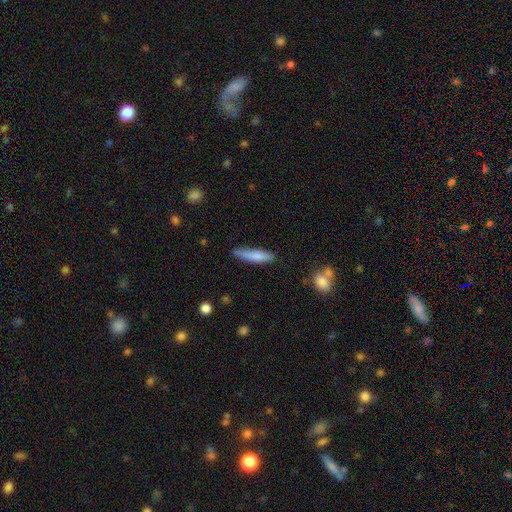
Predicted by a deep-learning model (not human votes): Smooth or featured? smooth (78%)
How rounded? cigar-shaped (79%)
Merging? none (66%)